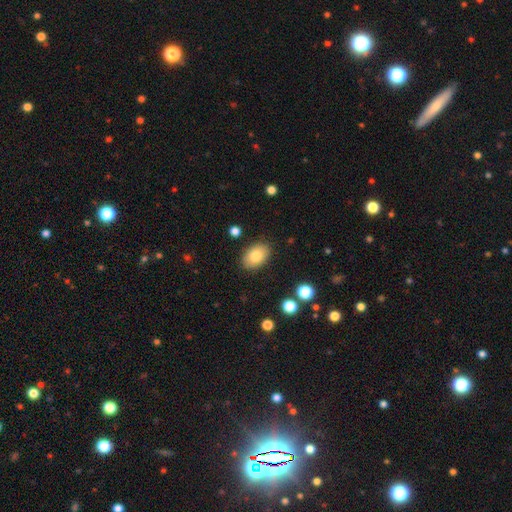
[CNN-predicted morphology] This is clearly a smooth galaxy (83%). How rounded: clearly in between (89%). Merging: clearly none (87%).